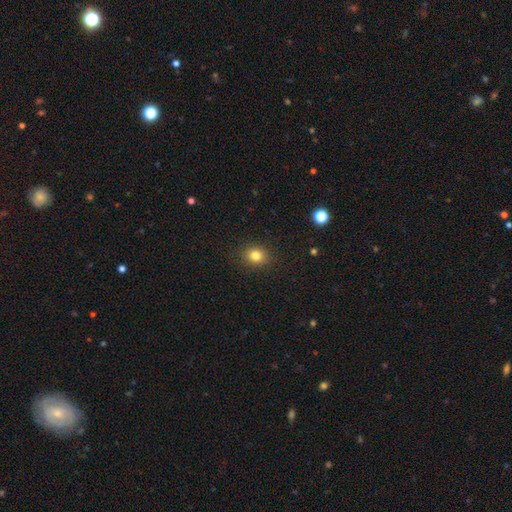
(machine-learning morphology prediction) Q: Smooth or featured?
A: smooth (82%); runner-up: star or artifact (12%)
Q: How rounded?
A: round (66%); runner-up: in between (33%)
Q: Merging?
A: none (88%); runner-up: minor disturbance (8%)